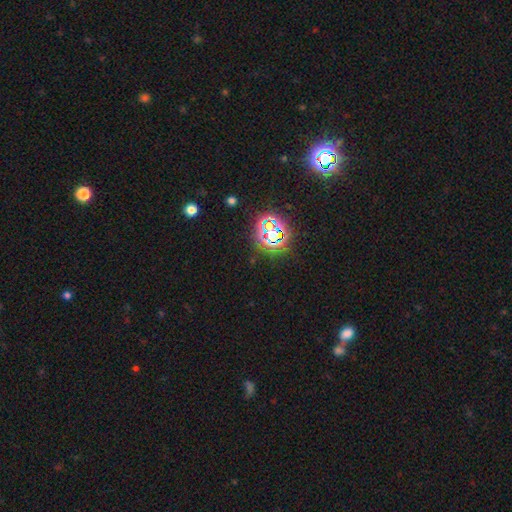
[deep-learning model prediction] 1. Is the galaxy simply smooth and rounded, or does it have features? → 78% star or artifact, 14% smooth, 8% featured or disk.